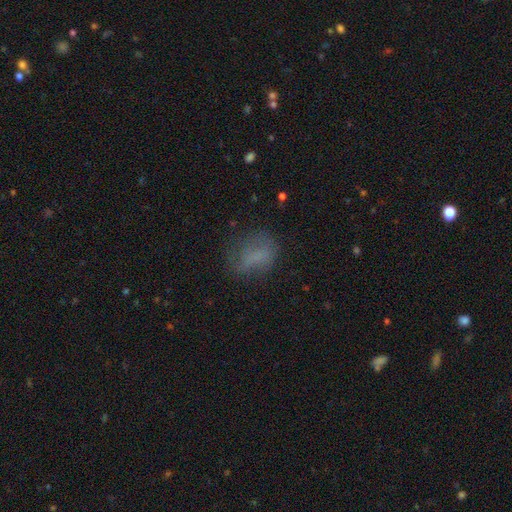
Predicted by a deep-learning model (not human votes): The model was most divided on "merging": none: 54%, minor disturbance: 25%, major disturbance: 19%, merger: 2%. More confident: how rounded — in between (68%); smooth or featured — smooth (63%).